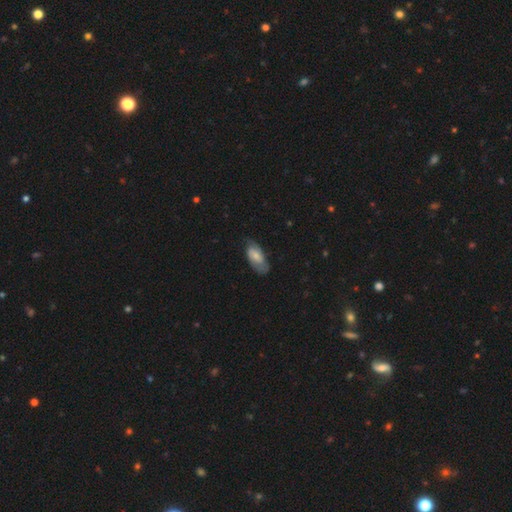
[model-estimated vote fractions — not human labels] This is possibly a featured or disk galaxy (47%, tied with smooth). Merging: likely none (66%).